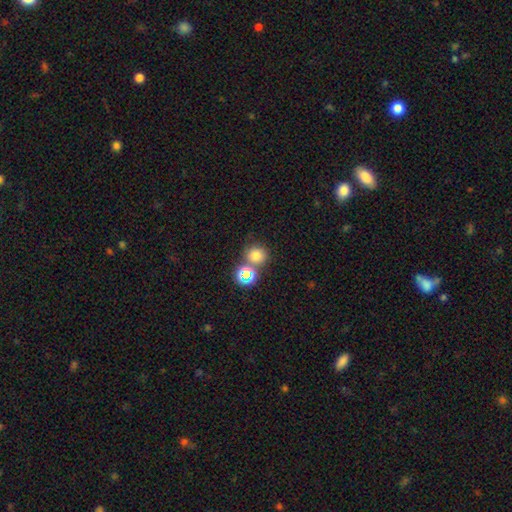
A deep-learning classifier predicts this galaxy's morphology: The model was most divided on "merging": none: 65%, merger: 23%, minor disturbance: 9%, major disturbance: 4%. More confident: how rounded — round (86%); smooth or featured — smooth (73%).